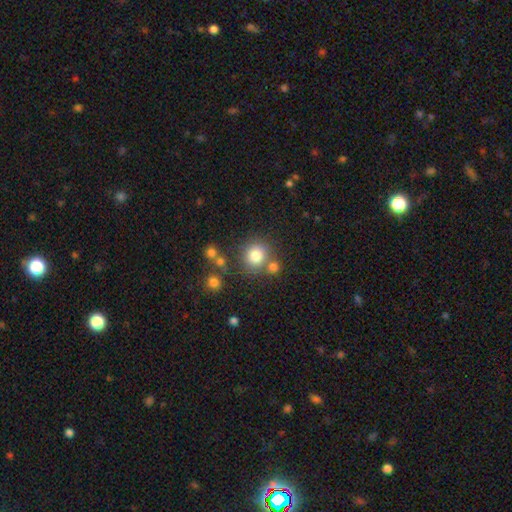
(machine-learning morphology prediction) smooth_or_featured: smooth (p=0.79) [alt: star or artifact p=0.12]
how_rounded: round (p=0.88) [alt: in between p=0.11]
merging: none (p=0.68) [alt: merger p=0.18]